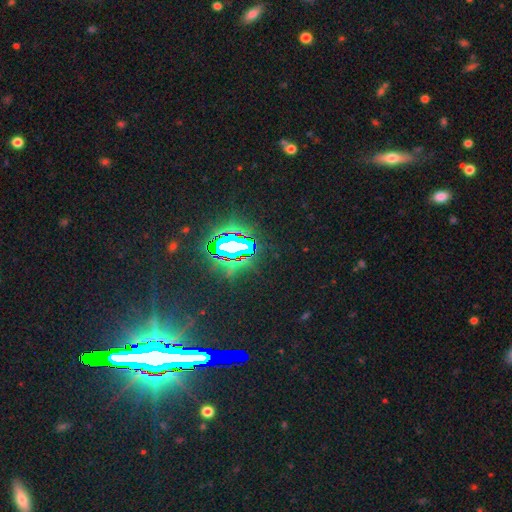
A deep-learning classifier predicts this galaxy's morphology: Overall: star or artifact (83%).